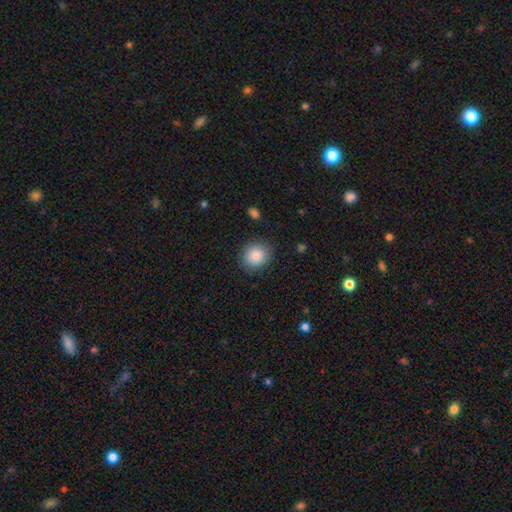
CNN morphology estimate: A smooth galaxy with no disk features (87%) that is round (82%). Merging: none (87%).